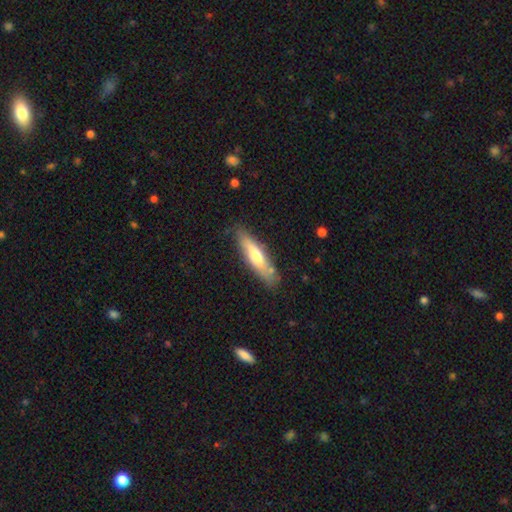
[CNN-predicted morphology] smooth_or_featured: smooth (p=0.60) [alt: featured or disk p=0.34]
how_rounded: cigar-shaped (p=0.69) [alt: in between p=0.30]
merging: none (p=0.79) [alt: minor disturbance p=0.15]